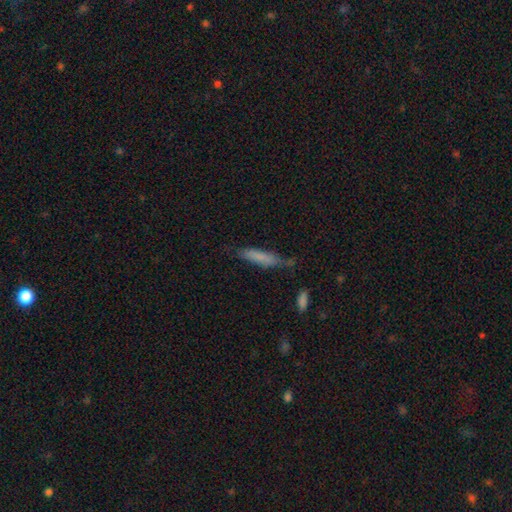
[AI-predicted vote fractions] Smooth or featured? smooth (74%)
How rounded? cigar-shaped (84%)
Merging? none (60%)